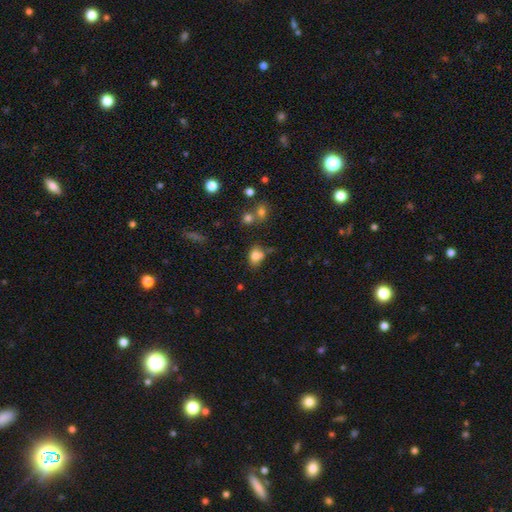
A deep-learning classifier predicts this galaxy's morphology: This is likely a smooth galaxy (78%). How rounded: possibly in between (60%). Merging: possibly none (53%).